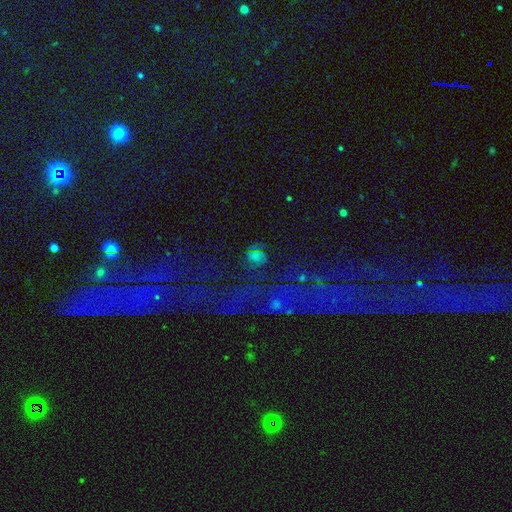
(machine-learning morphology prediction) Smooth or featured? smooth (41%)
Merging? none (66%)